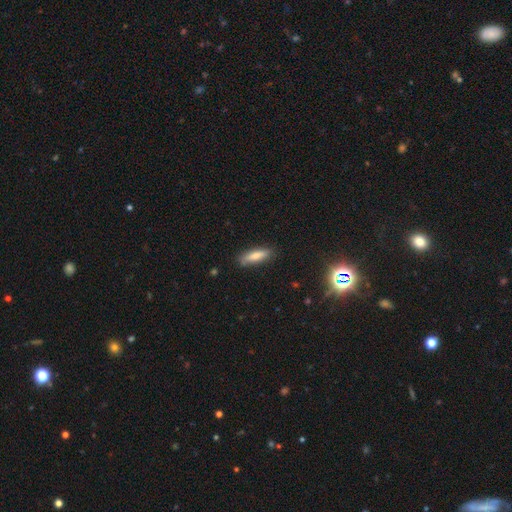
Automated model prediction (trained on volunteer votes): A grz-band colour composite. It shows a smooth galaxy with no disk features (77%) that is cigar-shaped (60%). Merging: none (82%).